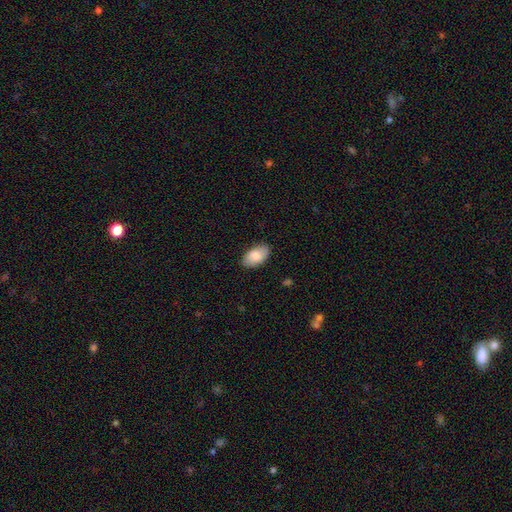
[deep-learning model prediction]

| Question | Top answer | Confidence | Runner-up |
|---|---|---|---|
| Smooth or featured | smooth | 83% | featured or disk (11%) |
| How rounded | in between | 95% | round (4%) |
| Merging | none | 85% | minor disturbance (11%) |